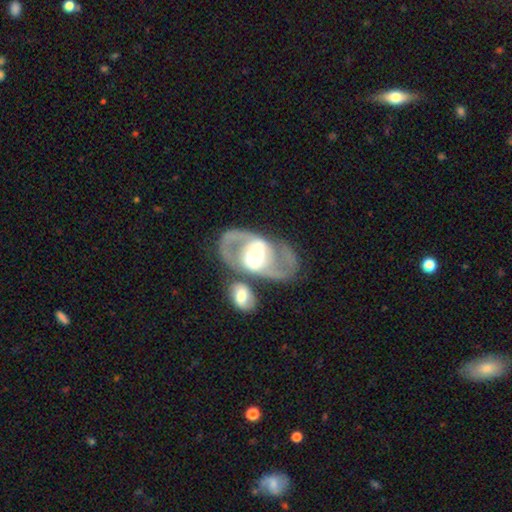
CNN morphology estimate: Overall: featured or disk (83%). Edge-on disk: no (94%). Bar: strong (55%; weak 32%). Spiral arms: yes (78%). Spiral arm count: 2 (84%). Spiral winding: medium (51%; tight 27%). Bulge size: moderate (56%; large 21%). Merging: none (56%; merger 21%).